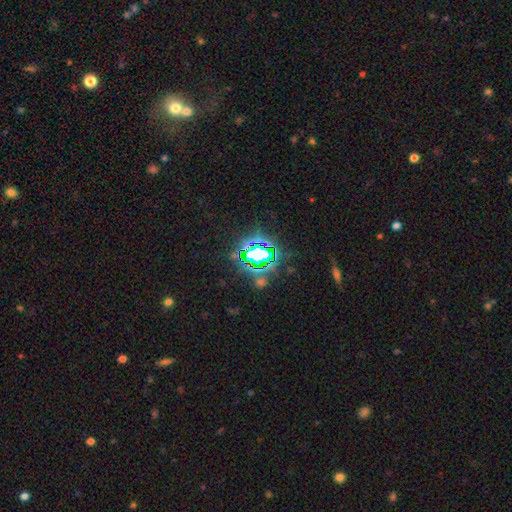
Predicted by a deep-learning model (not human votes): Q: Smooth or featured?
A: star or artifact (76%); runner-up: smooth (13%)